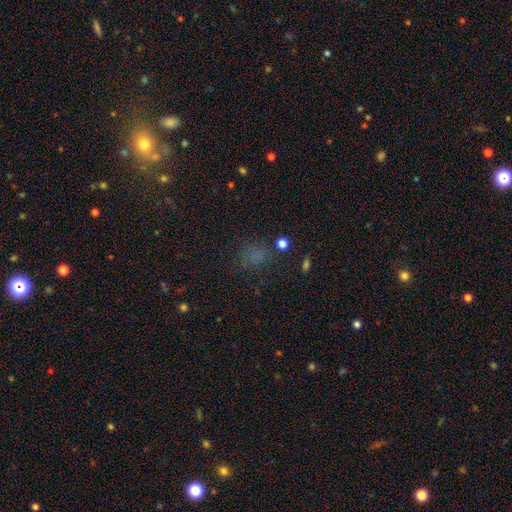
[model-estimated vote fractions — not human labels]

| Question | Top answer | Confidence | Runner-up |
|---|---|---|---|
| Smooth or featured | smooth | 61% | star or artifact (30%) |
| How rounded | round | 67% | in between (32%) |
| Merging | none | 68% | minor disturbance (17%) |